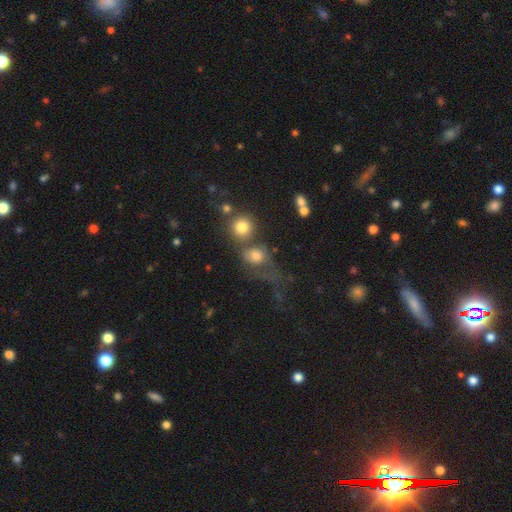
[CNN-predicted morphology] A smooth galaxy with no disk features (71%) that is round (65%).

Vote fractions:
- Smooth or featured? smooth: 71% / featured or disk: 16% / star or artifact: 13%
- How rounded? round: 65% / in between: 33% / cigar-shaped: 2%
- Merging? merger: 40% / none: 25% / major disturbance: 22% / minor disturbance: 12%